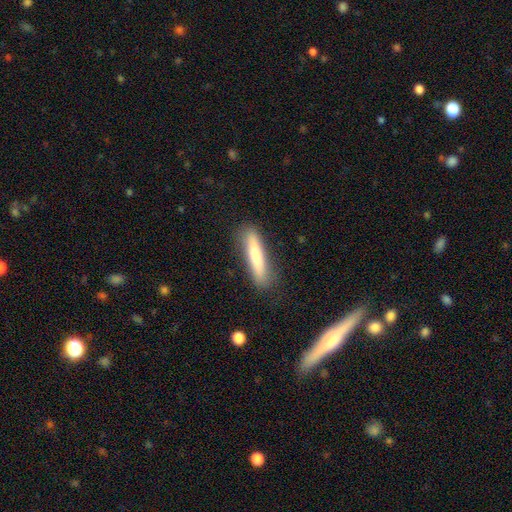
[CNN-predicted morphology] type=smooth (76%); roundness=cigar-shaped (87%); merging=none (83%).